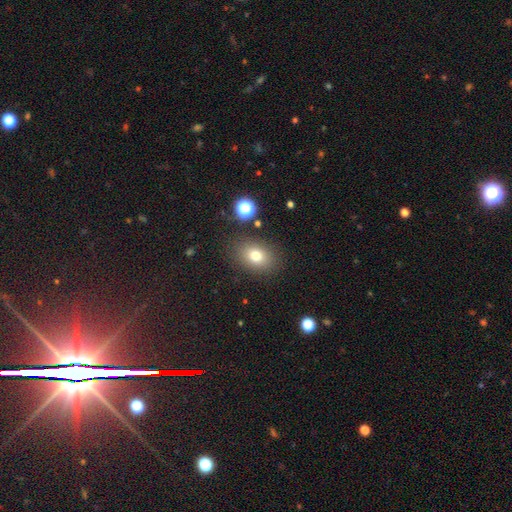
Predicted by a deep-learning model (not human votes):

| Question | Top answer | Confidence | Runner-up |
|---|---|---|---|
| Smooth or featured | smooth | 77% | star or artifact (13%) |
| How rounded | in between | 67% | round (32%) |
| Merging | none | 84% | minor disturbance (10%) |